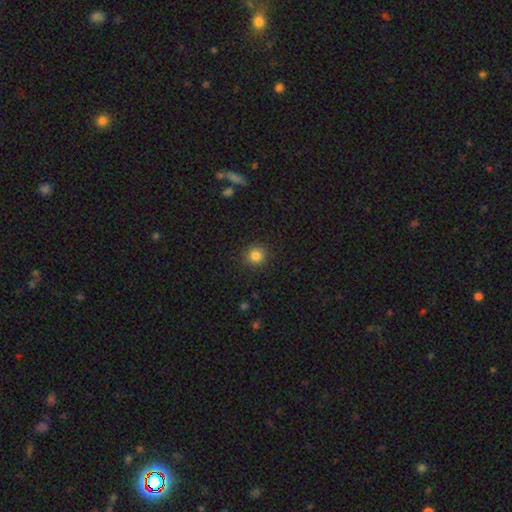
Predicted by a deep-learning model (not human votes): A smooth galaxy with no disk features (84%) that is round (91%). Merging: none (90%).